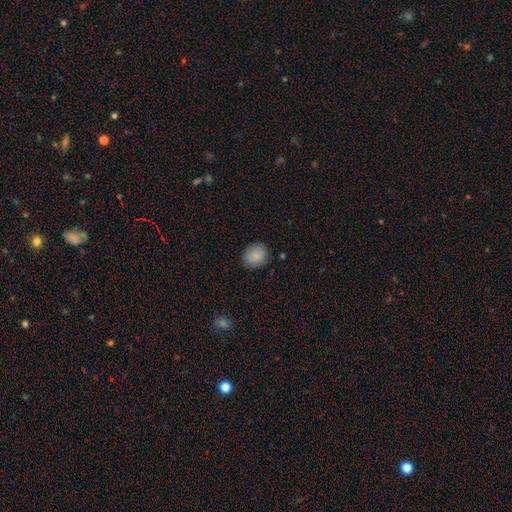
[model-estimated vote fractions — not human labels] This appears to be a smooth galaxy with no disk features (87%) that is round (67%). Merging: none (85%).